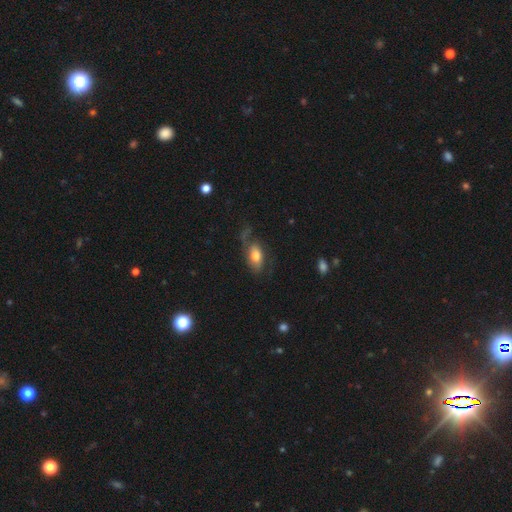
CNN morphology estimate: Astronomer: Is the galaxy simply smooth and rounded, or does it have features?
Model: smooth — 59%.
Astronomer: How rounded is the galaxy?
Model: in between — 88%.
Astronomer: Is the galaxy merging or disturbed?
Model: none — 42% (runner-up: major disturbance, 30%).